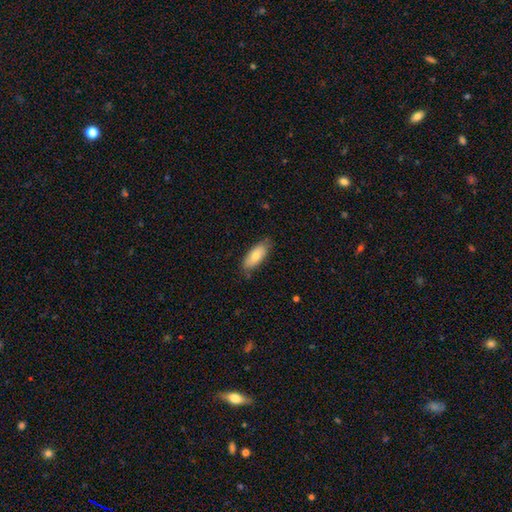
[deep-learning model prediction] Smooth or featured?
  - smooth: 75% *
  - featured or disk: 18%
  - star or artifact: 6%
How rounded?
  - in between: 82% *
  - cigar-shaped: 16%
  - round: 2%
Merging?
  - none: 78% *
  - minor disturbance: 18%
  - major disturbance: 3%
  - merger: 1%